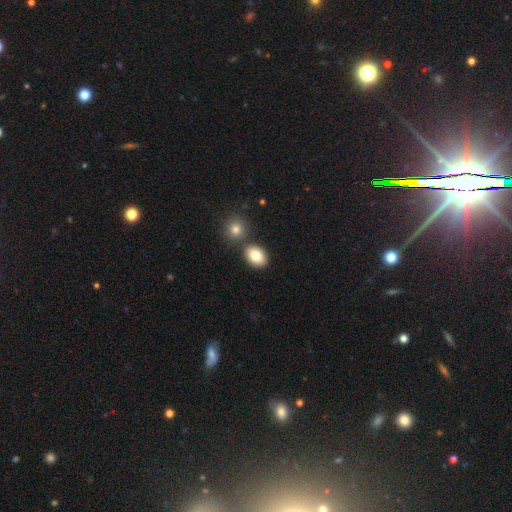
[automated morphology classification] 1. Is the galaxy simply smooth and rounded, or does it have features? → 81% smooth, 10% featured or disk, 9% star or artifact.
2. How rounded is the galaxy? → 76% in between, 22% round, 1% cigar-shaped.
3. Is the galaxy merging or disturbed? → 73% none, 15% merger, 10% minor disturbance, 3% major disturbance.